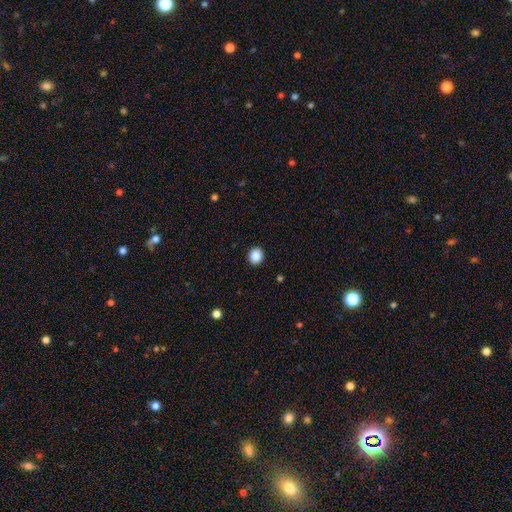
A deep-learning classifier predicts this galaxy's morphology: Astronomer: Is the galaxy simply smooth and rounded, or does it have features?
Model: smooth — 87%.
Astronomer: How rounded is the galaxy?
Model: round — 83%.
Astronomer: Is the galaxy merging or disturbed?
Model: none — 92%.